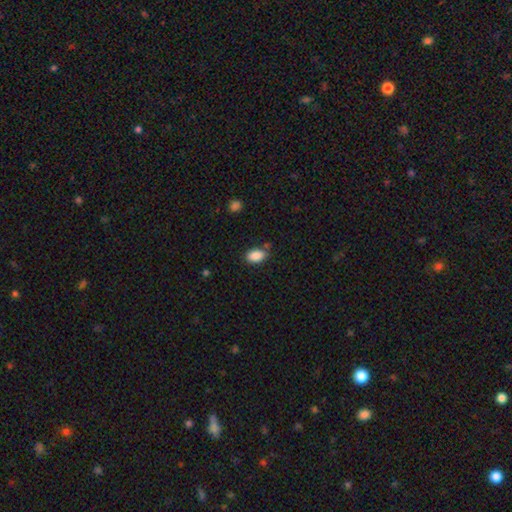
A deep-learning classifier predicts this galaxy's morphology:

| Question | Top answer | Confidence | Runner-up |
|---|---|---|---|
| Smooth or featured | smooth | 88% | star or artifact (8%) |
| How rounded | in between | 89% | round (10%) |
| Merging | none | 76% | minor disturbance (17%) |